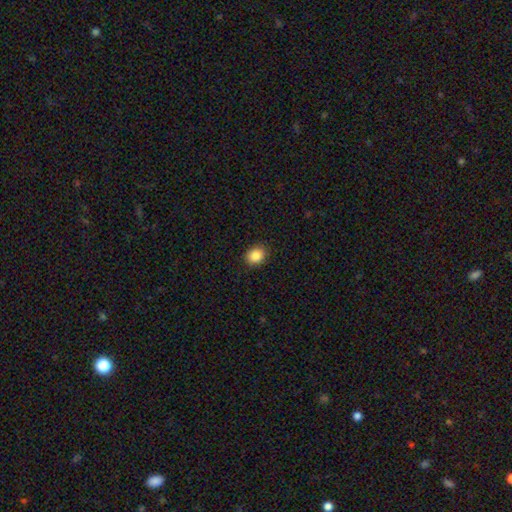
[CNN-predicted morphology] Smooth or featured: smooth — 86% (star or artifact — 9%)
How rounded: round — 60% (in between — 39%)
Merging: none — 90% (minor disturbance — 7%)